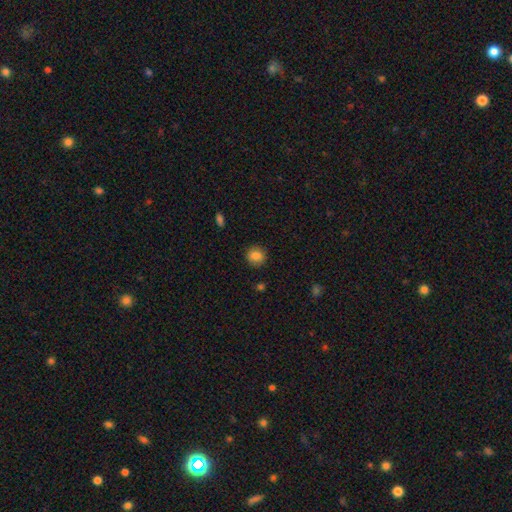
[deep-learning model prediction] Smooth or featured?
  - smooth: 85% *
  - star or artifact: 10%
  - featured or disk: 6%
How rounded?
  - round: 84% *
  - in between: 15%
  - cigar-shaped: 1%
Merging?
  - none: 89% *
  - minor disturbance: 7%
  - major disturbance: 2%
  - merger: 1%